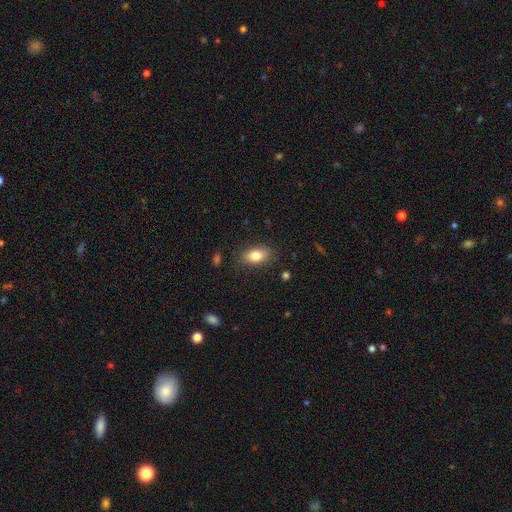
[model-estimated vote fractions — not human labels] Smooth or featured? Predicted: smooth (p=0.82). How rounded? Predicted: in between (p=0.87). Merging? Predicted: none (p=0.83).